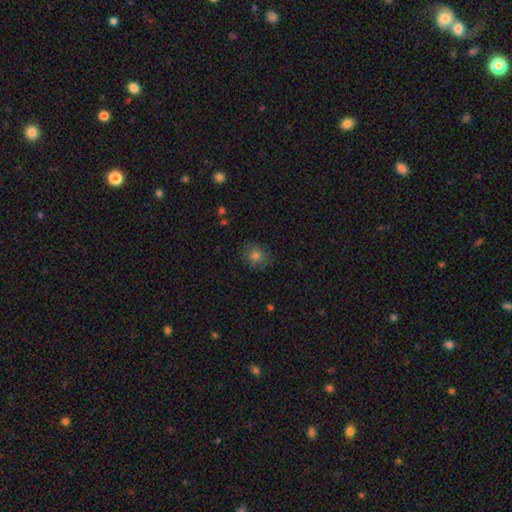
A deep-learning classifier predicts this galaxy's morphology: The model was most divided on "how rounded": round: 74%, in between: 25%, cigar-shaped: 1%. More confident: merging — none (83%); smooth or featured — smooth (77%).